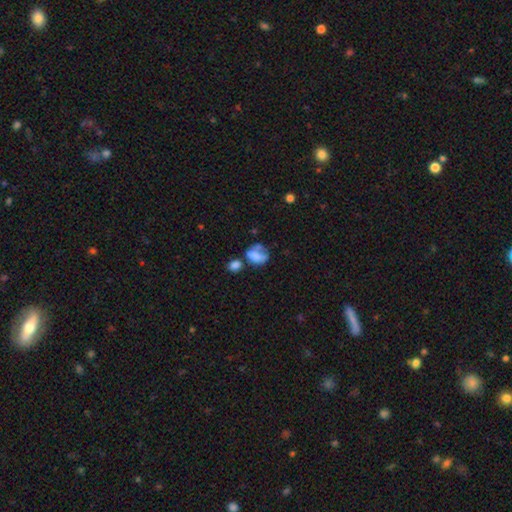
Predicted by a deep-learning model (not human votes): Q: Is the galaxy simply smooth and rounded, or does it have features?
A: smooth — 63%.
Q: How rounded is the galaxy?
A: in between — 67%.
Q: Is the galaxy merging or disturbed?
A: merger — 33%.